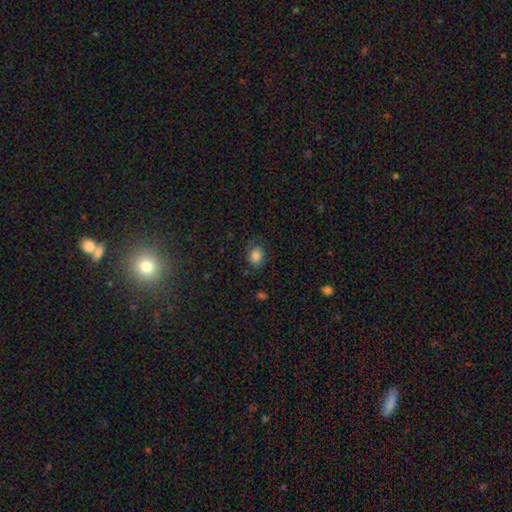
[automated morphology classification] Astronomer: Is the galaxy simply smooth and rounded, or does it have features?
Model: smooth — 82%.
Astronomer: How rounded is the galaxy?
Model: in between — 57% (runner-up: round, 43%).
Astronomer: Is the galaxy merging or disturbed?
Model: none — 69%.